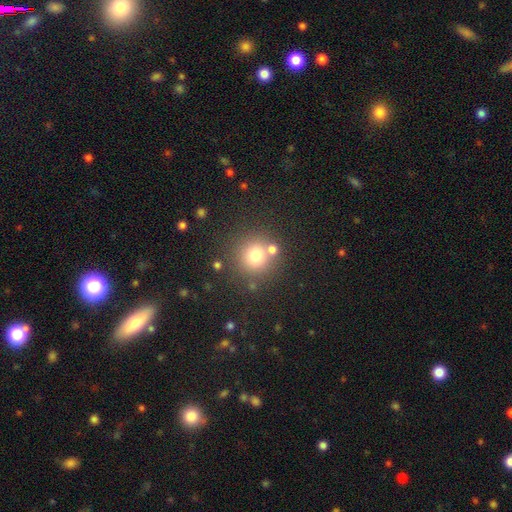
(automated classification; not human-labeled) A smooth galaxy with no disk features (74%) that is round (92%). Merging: none (72%).